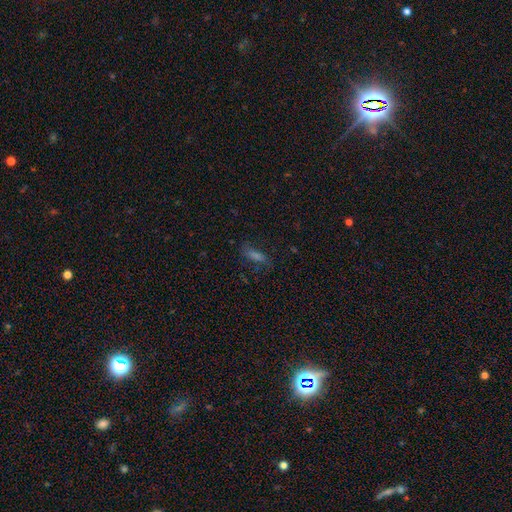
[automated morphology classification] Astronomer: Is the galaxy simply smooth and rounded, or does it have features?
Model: smooth — 50% (runner-up: star or artifact, 27%).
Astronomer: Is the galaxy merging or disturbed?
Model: none — 72%.